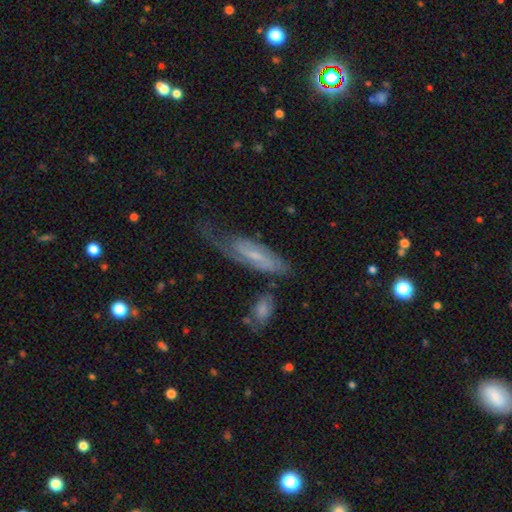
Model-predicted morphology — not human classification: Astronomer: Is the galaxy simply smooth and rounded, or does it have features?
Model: featured or disk — 66%.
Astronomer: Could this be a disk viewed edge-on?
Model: no — 81%.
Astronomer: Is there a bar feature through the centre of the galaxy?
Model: weak — 46% (runner-up: no, 34%).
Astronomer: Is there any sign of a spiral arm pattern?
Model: yes — 86%.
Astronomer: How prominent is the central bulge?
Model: small — 60%.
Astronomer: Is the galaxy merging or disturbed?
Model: none — 44% (runner-up: minor disturbance, 25%).